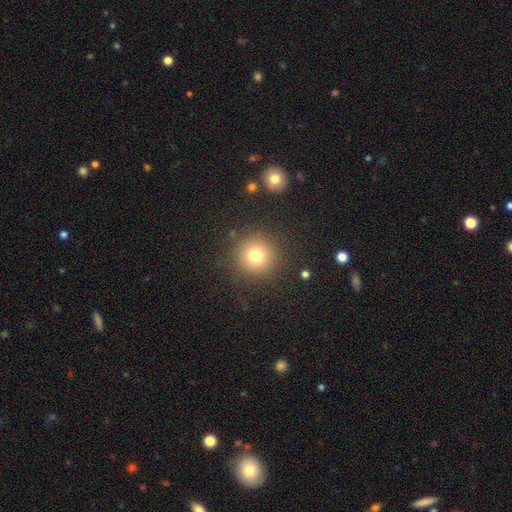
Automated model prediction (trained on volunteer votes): Smooth or featured? smooth (76%)
How rounded? round (95%)
Merging? none (88%)